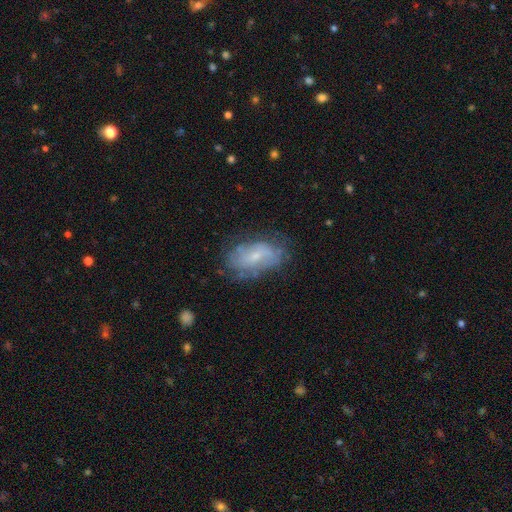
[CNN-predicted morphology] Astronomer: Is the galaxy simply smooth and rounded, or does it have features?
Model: featured or disk — 56% (runner-up: smooth, 36%).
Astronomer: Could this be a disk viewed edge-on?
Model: no — 94%.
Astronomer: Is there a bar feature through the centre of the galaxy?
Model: no — 56% (runner-up: weak, 36%).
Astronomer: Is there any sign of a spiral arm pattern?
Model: yes — 64%.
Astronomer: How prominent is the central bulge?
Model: small — 69%.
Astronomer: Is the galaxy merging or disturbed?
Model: none — 61%.